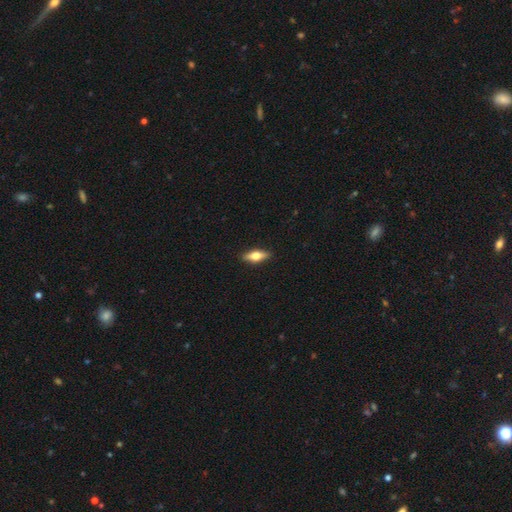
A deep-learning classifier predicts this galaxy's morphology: type=smooth (53%); roundness=in between (60%); merging=none (90%).